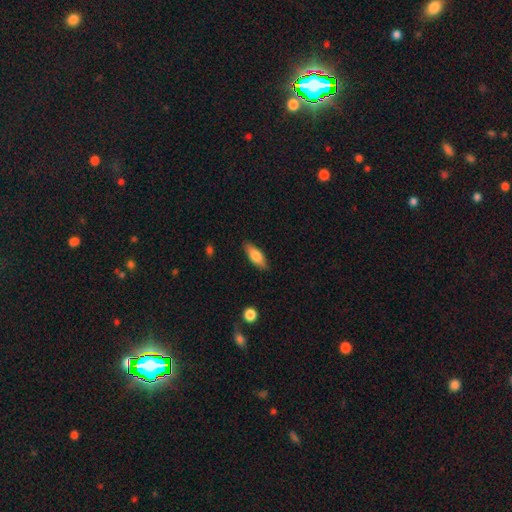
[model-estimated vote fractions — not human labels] Smooth or featured? smooth (74%)
How rounded? in between (66%)
Merging? none (86%)